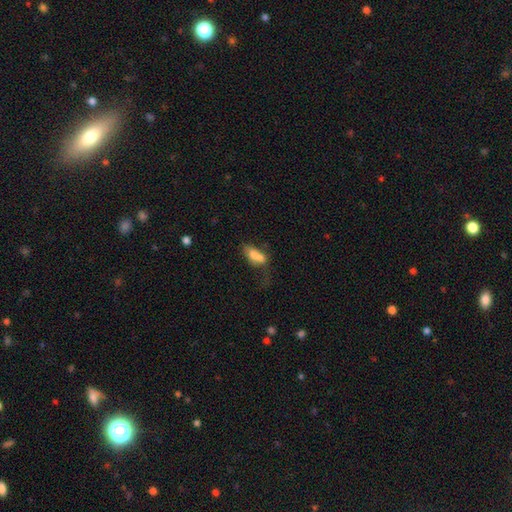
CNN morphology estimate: Overall: smooth (68%). How rounded: in between (79%). Merging: merger (45%; none 23%).